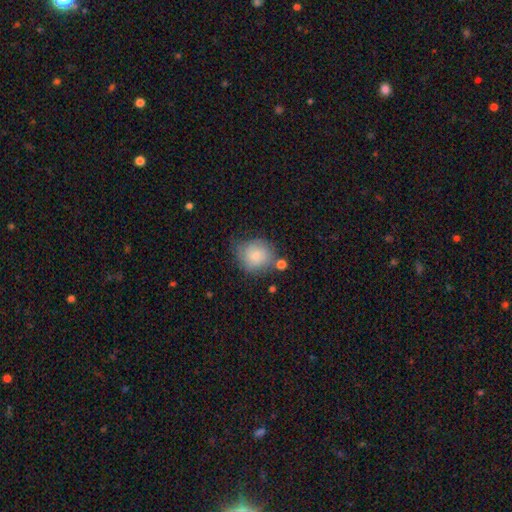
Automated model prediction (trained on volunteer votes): Overall: smooth (73%). How rounded: round (79%). Merging: none (52%; minor disturbance 29%).